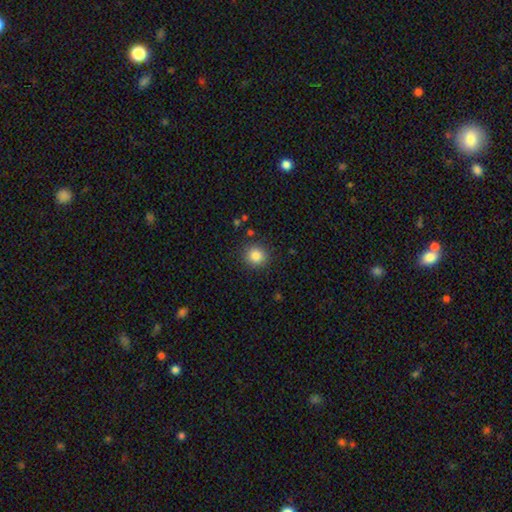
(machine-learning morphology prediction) smooth 84%, star or artifact 10%, featured or disk 5%. Down the decision tree: how rounded — round (90%); merging — none (89%).